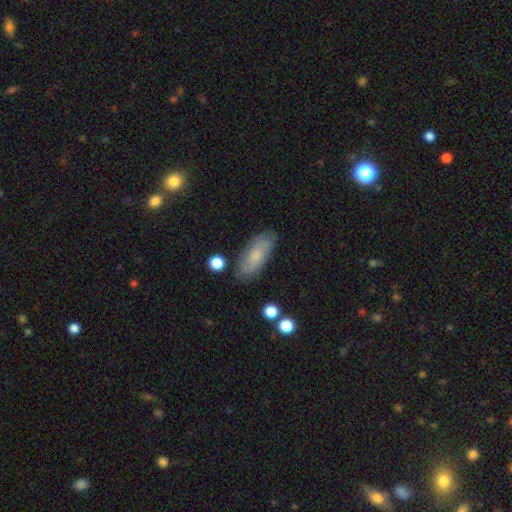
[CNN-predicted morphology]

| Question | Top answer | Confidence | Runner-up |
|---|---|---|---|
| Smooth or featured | smooth | 75% | featured or disk (18%) |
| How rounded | in between | 78% | cigar-shaped (19%) |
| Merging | none | 81% | minor disturbance (14%) |